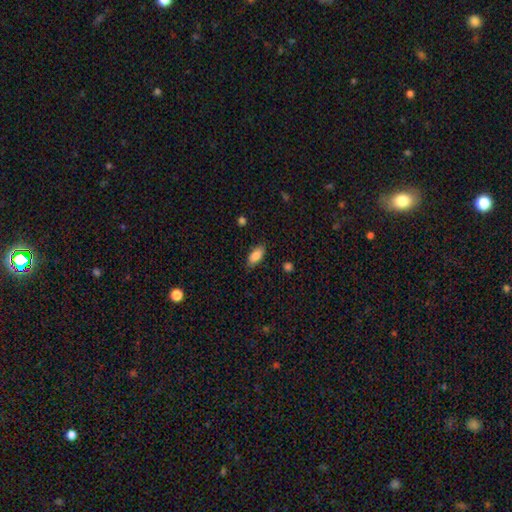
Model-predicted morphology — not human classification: A smooth galaxy with no disk features (85%) that is in between round and cigar-shaped (87%). Merging: none (84%).